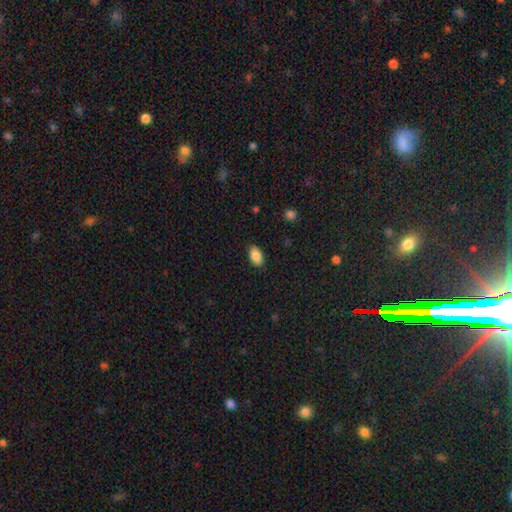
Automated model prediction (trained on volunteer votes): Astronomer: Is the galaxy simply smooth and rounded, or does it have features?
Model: smooth — 86%.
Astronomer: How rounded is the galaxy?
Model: in between — 92%.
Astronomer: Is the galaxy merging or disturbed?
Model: none — 87%.